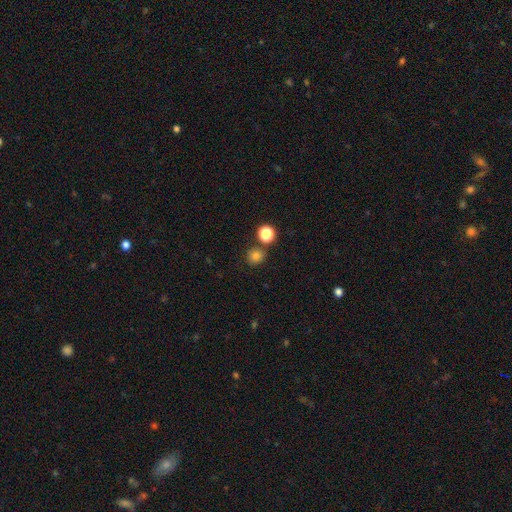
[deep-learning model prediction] Morphology: type=smooth (79%); roundness=round (85%); merging=none (77%).